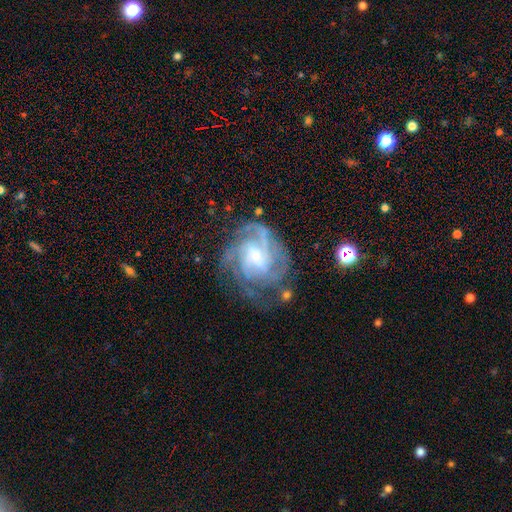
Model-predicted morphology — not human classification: Smooth or featured?
  - featured or disk: 86% *
  - smooth: 7%
  - star or artifact: 7%
Edge-on disk?
  - no: 98% *
  - yes: 2%
Bar?
  - no: 48% *
  - weak: 42%
  - strong: 11%
Spiral arms?
  - yes: 96% *
  - no: 4%
Spiral winding?
  - tight: 53% *
  - medium: 38%
  - loose: 9%
Spiral arm count?
  - 4: 26% *
  - 3: 25%
  - can't tell: 24%
  - 2: 11%
  - more than 4: 8%
  - 1: 6%
Bulge size?
  - small: 64% *
  - moderate: 24%
  - none: 8%
  - large: 4%
  - dominant: 1%
Merging?
  - none: 63% *
  - minor disturbance: 20%
  - major disturbance: 14%
  - merger: 3%